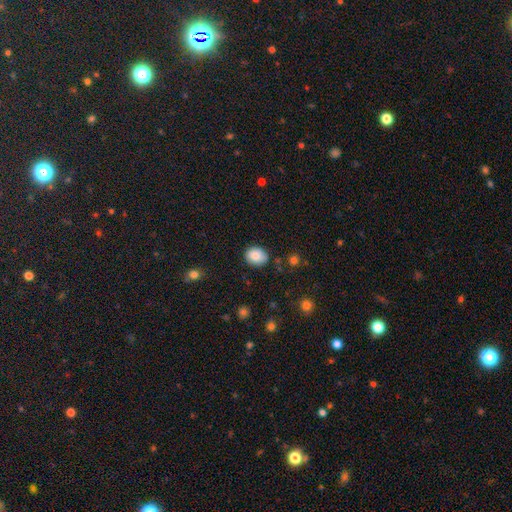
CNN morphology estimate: Smooth or featured? Predicted: smooth (p=0.85). How rounded? Predicted: round (p=0.55). Merging? Predicted: none (p=0.81).